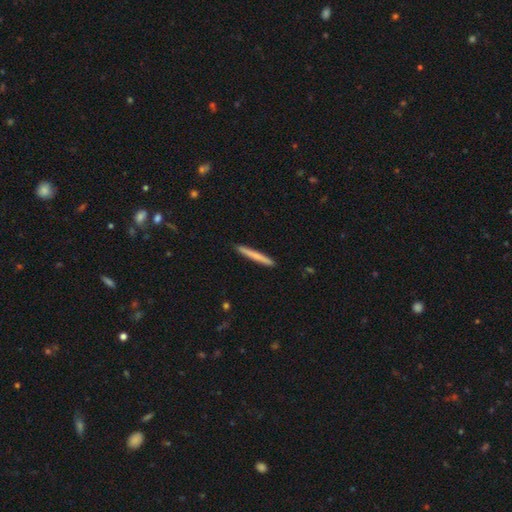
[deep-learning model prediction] Smooth or featured? smooth (69%)
How rounded? cigar-shaped (97%)
Merging? none (92%)